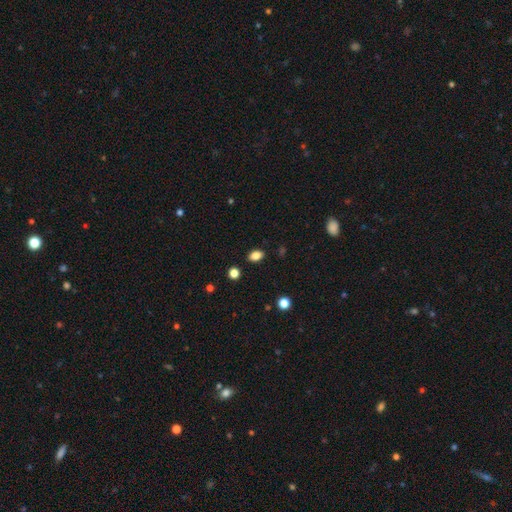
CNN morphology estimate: A smooth galaxy with no disk features (84%) that is in between round and cigar-shaped (82%).

Vote fractions:
- Smooth or featured? smooth: 84% / star or artifact: 11% / featured or disk: 5%
- How rounded? in between: 82% / round: 16% / cigar-shaped: 2%
- Merging? none: 87% / minor disturbance: 9% / major disturbance: 2% / merger: 2%